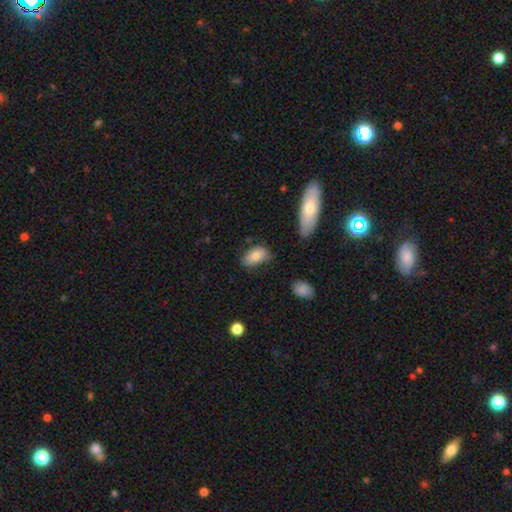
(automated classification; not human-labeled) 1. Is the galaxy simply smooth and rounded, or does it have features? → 75% smooth, 18% featured or disk, 7% star or artifact.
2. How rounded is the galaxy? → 91% in between, 6% round, 3% cigar-shaped.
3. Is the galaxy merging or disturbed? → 63% none, 28% minor disturbance, 6% major disturbance, 3% merger.